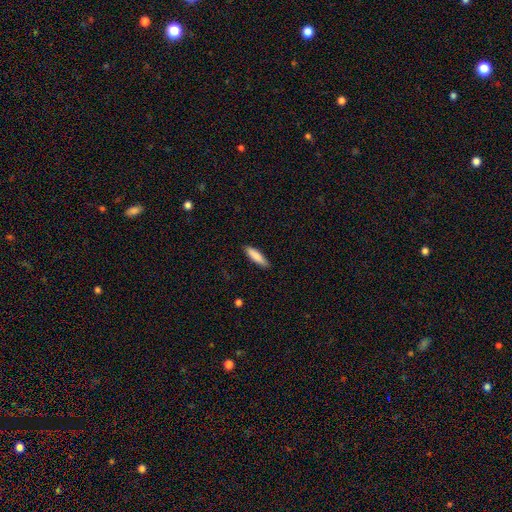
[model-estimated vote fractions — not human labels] smooth-or-featured: smooth: 86% | featured or disk: 9% | star or artifact: 6%
  how-rounded: cigar-shaped: 70% | in between: 29% | round: 1%
  merging: none: 88% | minor disturbance: 9% | major disturbance: 2% | merger: 1%